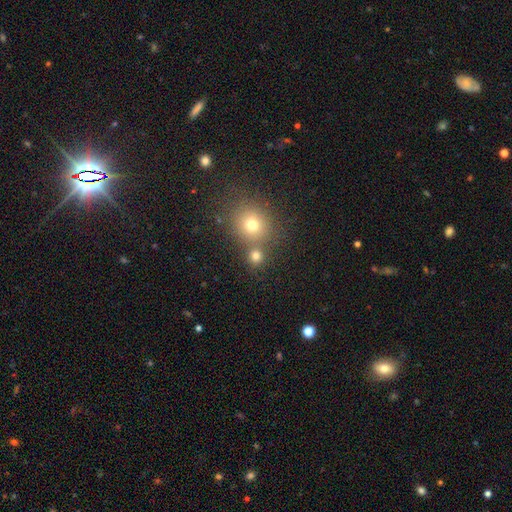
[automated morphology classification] Overall: smooth (75%). How rounded: round (87%). Merging: none (67%).